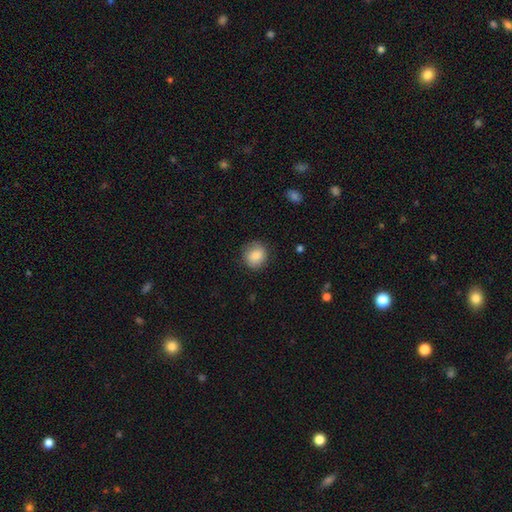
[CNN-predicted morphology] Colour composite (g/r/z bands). It shows a smooth galaxy with no disk features (84%) that is round (86%). Merging: none (83%).